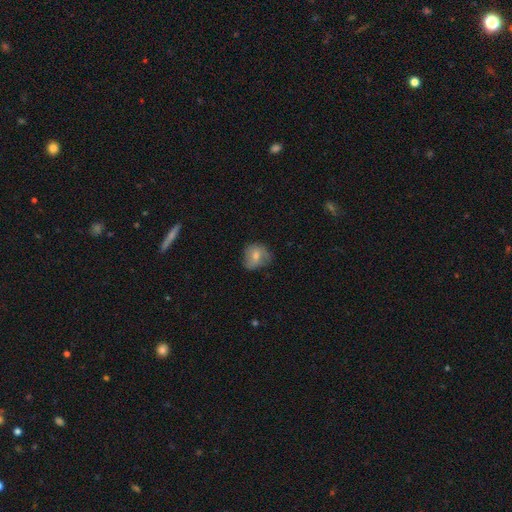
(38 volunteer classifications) smooth-or-featured: smooth: 71% | featured or disk: 24% | star or artifact: 5%
  how-rounded: round: 59% | in between: 41% | cigar-shaped: 0%
  merging: none: 47% (tied) | minor disturbance: 47% (tied) | major disturbance: 6% | merger: 0%